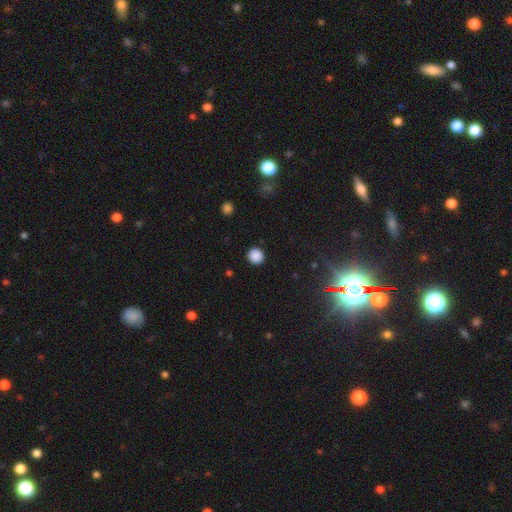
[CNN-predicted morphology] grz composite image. It shows a smooth galaxy with no disk features (88%) that is round (91%). Merging: none (91%).